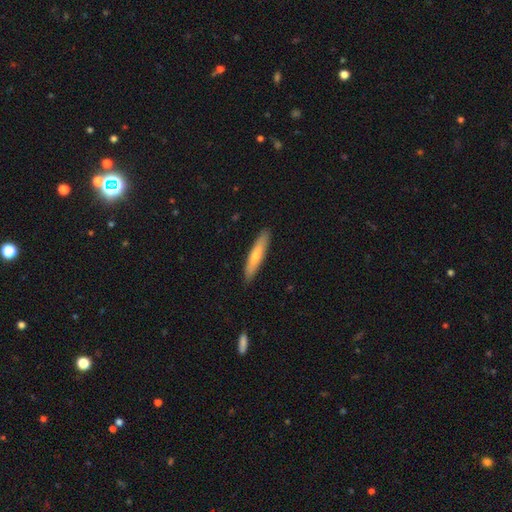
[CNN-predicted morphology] Q: Smooth or featured?
A: smooth (68%); runner-up: featured or disk (27%)
Q: How rounded?
A: cigar-shaped (88%); runner-up: in between (10%)
Q: Merging?
A: none (89%); runner-up: minor disturbance (8%)